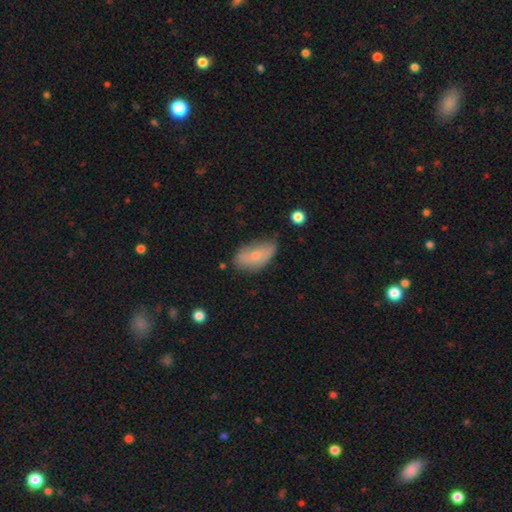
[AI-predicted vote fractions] smooth 66%, featured or disk 27%, star or artifact 8%. Down the decision tree: how rounded — in between (90%); merging — none (50%).